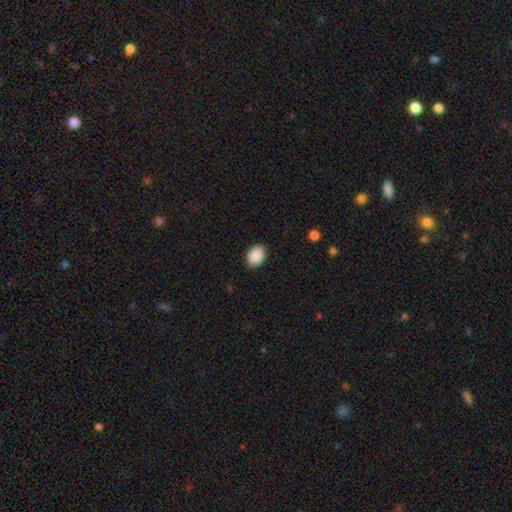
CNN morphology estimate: Smooth or featured? Predicted: smooth (p=0.91). How rounded? Predicted: in between (p=0.78). Merging? Predicted: none (p=0.89).